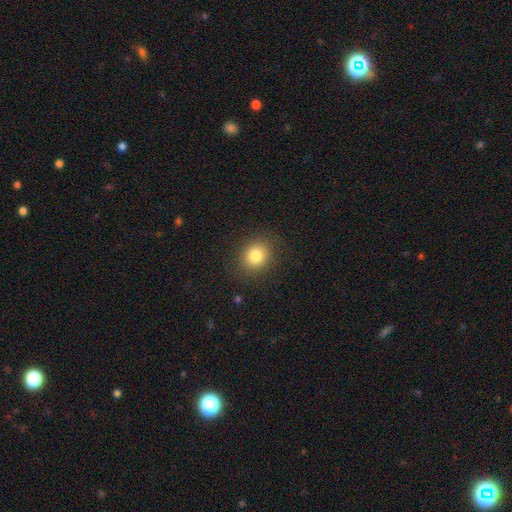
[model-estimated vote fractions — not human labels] Smooth or featured? smooth (82%)
How rounded? round (69%)
Merging? none (87%)